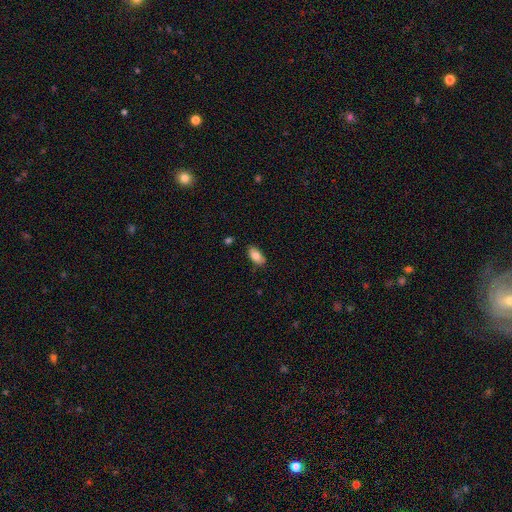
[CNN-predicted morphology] Q: Smooth or featured?
A: smooth (84%); runner-up: featured or disk (10%)
Q: How rounded?
A: in between (91%); runner-up: cigar-shaped (6%)
Q: Merging?
A: none (80%); runner-up: minor disturbance (16%)